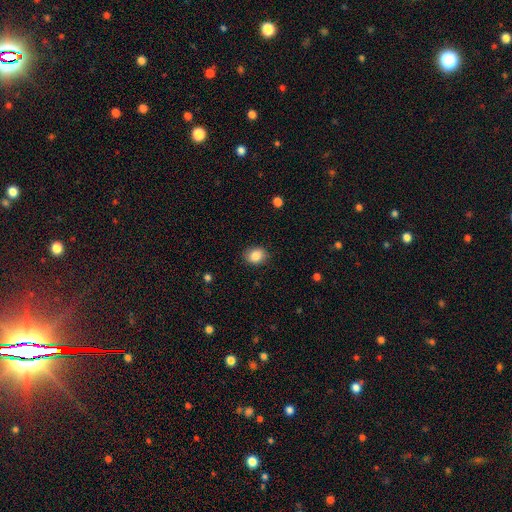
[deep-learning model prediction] Smooth or featured: smooth — 86% (star or artifact — 9%)
How rounded: round — 50% (in between — 49%)
Merging: none — 87% (minor disturbance — 9%)